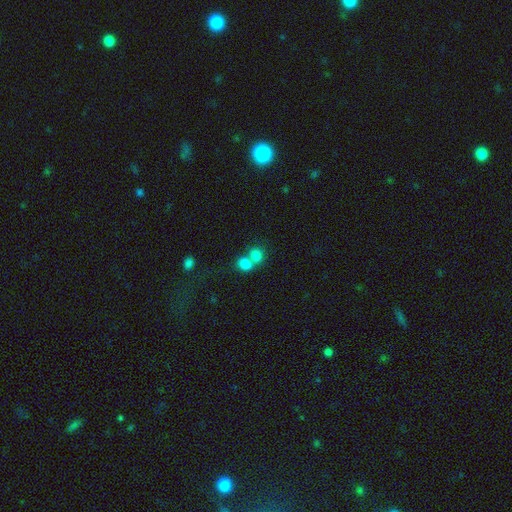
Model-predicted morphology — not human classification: Q: Smooth or featured?
A: smooth (79%); runner-up: star or artifact (11%)
Q: How rounded?
A: round (65%); runner-up: in between (34%)
Q: Merging?
A: merger (60%); runner-up: none (31%)